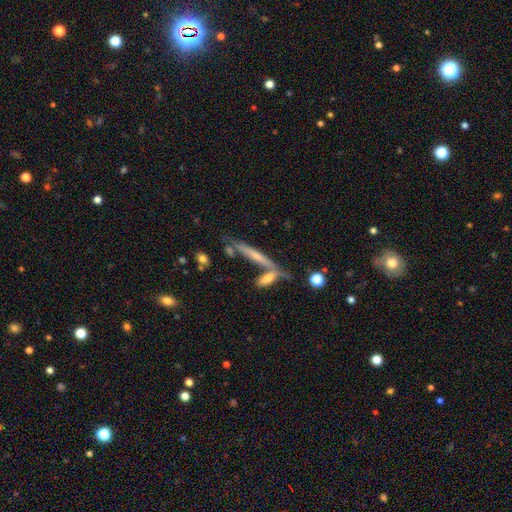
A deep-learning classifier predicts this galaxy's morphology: Smooth or featured: featured or disk — 48% (smooth — 43%)
Merging: none — 55% (merger — 27%)